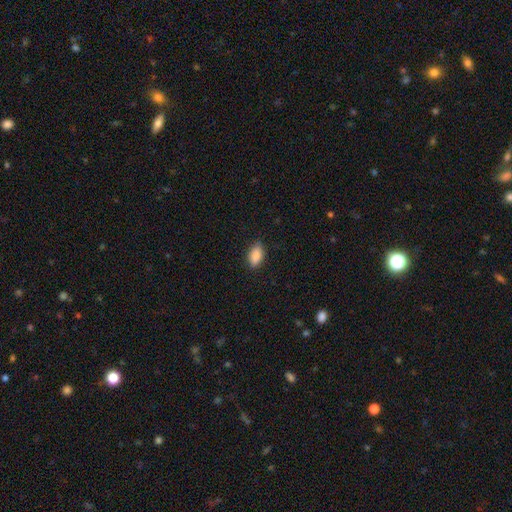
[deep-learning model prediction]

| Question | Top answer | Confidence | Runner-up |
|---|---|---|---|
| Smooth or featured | smooth | 88% | star or artifact (7%) |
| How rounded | in between | 90% | cigar-shaped (6%) |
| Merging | none | 84% | minor disturbance (12%) |